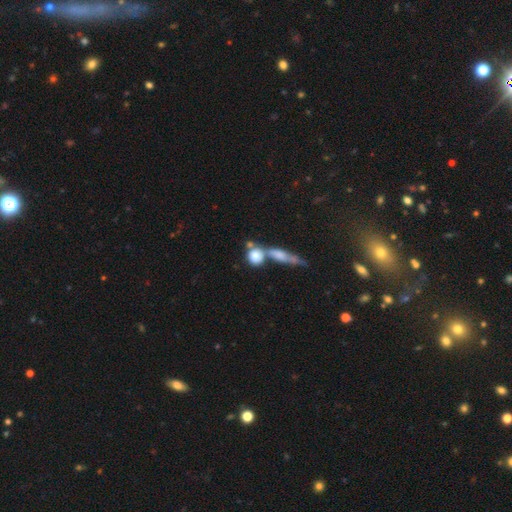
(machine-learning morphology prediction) Smooth or featured?
  - smooth: 76% *
  - featured or disk: 15%
  - star or artifact: 9%
How rounded?
  - round: 76% *
  - in between: 17%
  - cigar-shaped: 7%
Merging?
  - merger: 48% *
  - none: 37%
  - minor disturbance: 10%
  - major disturbance: 6%